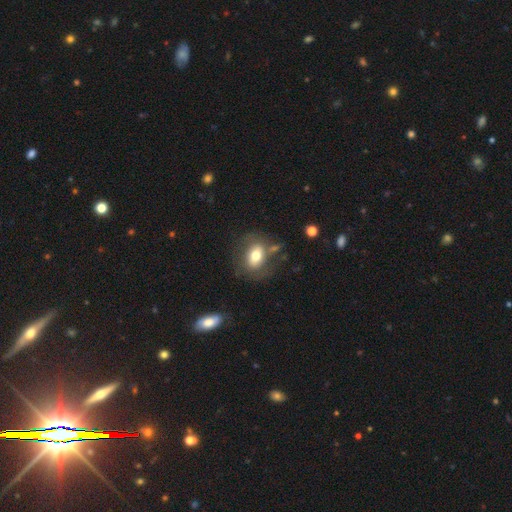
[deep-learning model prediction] The model was most divided on "how rounded": in between: 70%, round: 28%, cigar-shaped: 2%. More confident: smooth or featured — smooth (67%); merging — none (62%).